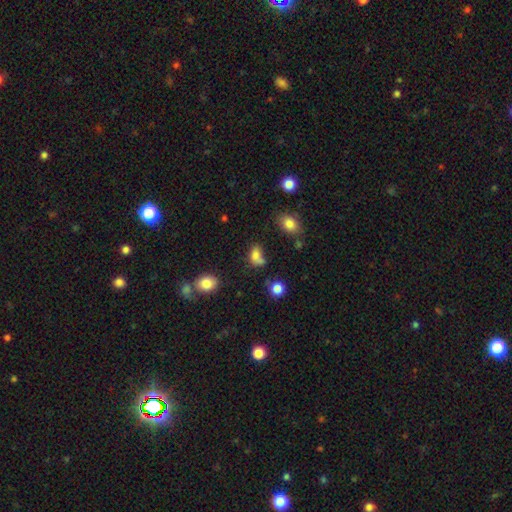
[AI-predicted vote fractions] A smooth galaxy with no disk features (75%) that is in between round and cigar-shaped (75%).

Vote fractions:
- Smooth or featured? smooth: 75% / star or artifact: 14% / featured or disk: 11%
- How rounded? in between: 75% / round: 23% / cigar-shaped: 3%
- Merging? none: 39% / merger: 25% / minor disturbance: 22% / major disturbance: 14%